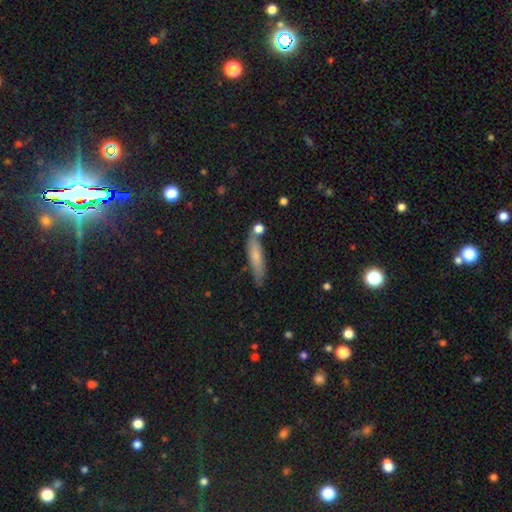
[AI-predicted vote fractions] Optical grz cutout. It shows a smooth galaxy with no disk features (69%) that is cigar-shaped (81%). Merging: none (73%).